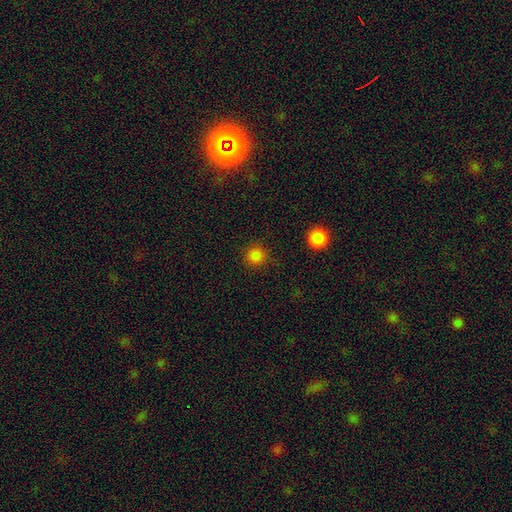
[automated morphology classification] The model was most divided on "smooth or featured": smooth: 84%, star or artifact: 13%, featured or disk: 3%. More confident: how rounded — round (95%); merging — none (89%).